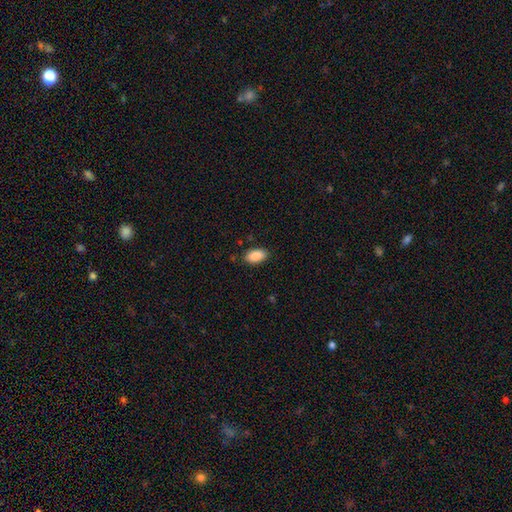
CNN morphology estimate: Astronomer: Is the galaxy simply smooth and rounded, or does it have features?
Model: smooth — 89%.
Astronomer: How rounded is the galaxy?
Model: in between — 94%.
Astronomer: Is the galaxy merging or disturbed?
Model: none — 86%.